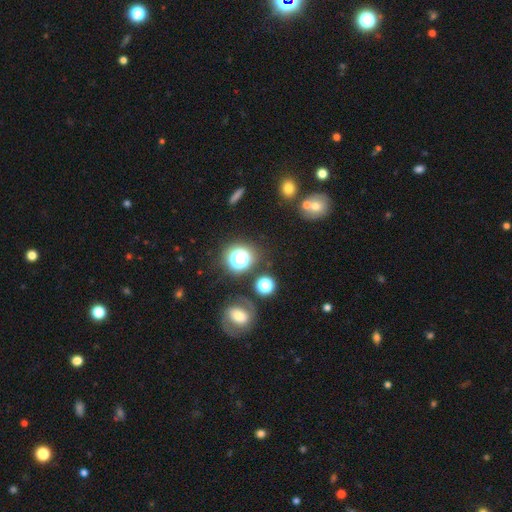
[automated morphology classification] A star or artifact, not a galaxy (46%).

Vote fractions:
- Smooth or featured? star or artifact: 46% / smooth: 39% / featured or disk: 15%